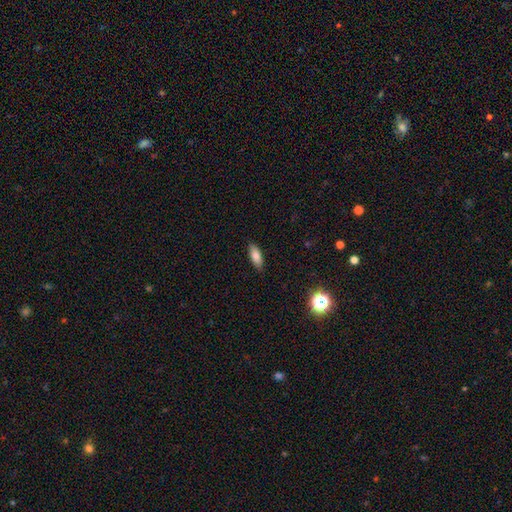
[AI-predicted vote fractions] smooth-or-featured: smooth: 80% | featured or disk: 12% | star or artifact: 8%
  how-rounded: in between: 77% | cigar-shaped: 21% | round: 3%
  merging: none: 87% | minor disturbance: 10% | major disturbance: 2% | merger: 1%